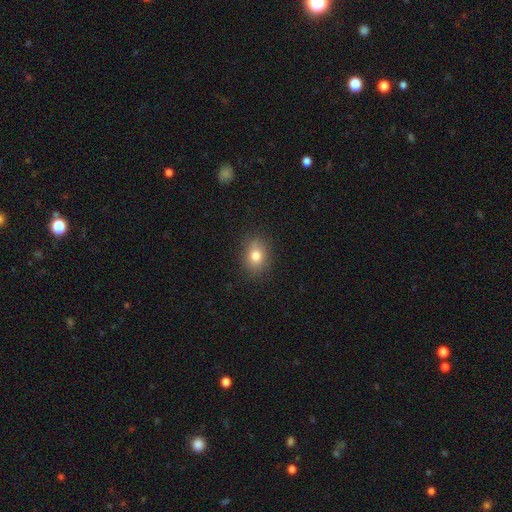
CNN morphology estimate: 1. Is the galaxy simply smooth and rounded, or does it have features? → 80% smooth, 11% star or artifact, 9% featured or disk.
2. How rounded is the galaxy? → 58% in between, 40% round, 1% cigar-shaped.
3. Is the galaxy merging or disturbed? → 82% none, 13% minor disturbance, 3% major disturbance, 1% merger.